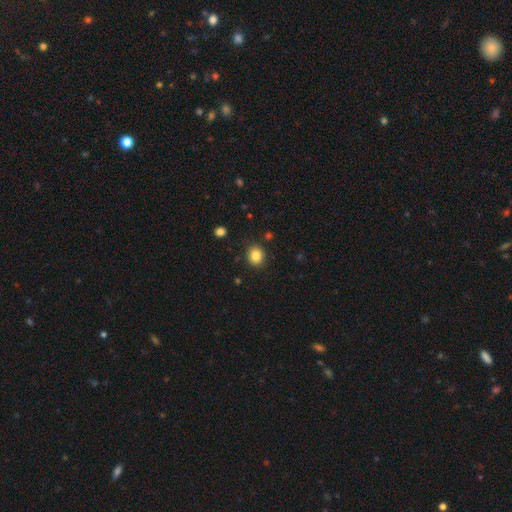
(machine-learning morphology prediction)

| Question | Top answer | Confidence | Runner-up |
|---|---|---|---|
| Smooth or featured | smooth | 85% | star or artifact (10%) |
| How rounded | round | 76% | in between (23%) |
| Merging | none | 88% | minor disturbance (8%) |